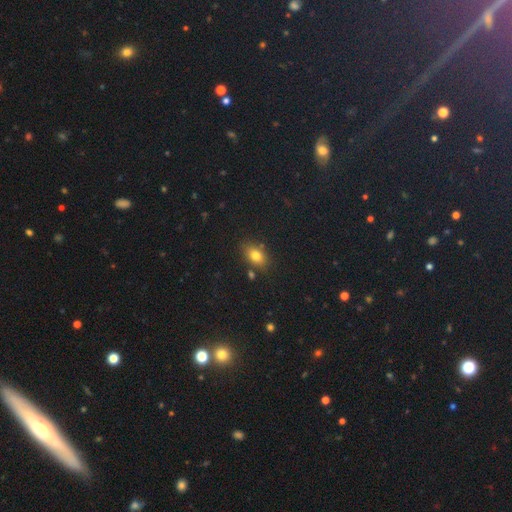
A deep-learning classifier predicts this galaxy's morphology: Overall: smooth (79%). How rounded: in between (77%). Merging: none (79%).